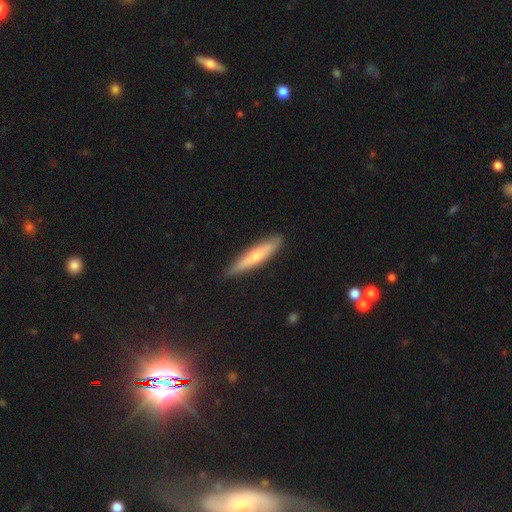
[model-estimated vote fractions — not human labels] This is likely a smooth galaxy (62%). How rounded: clearly cigar-shaped (88%). Merging: clearly none (84%).